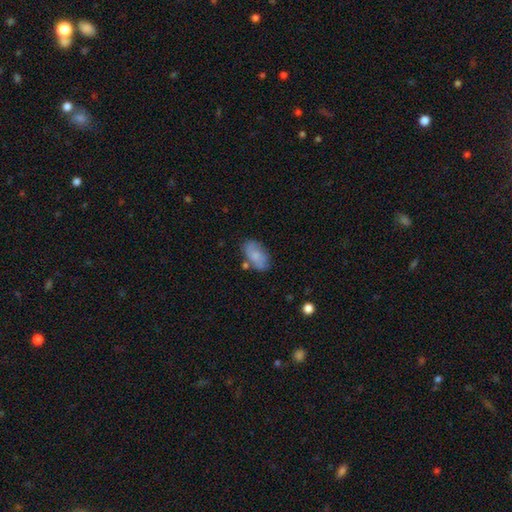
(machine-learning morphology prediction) Smooth or featured?
  - smooth: 75% *
  - featured or disk: 18%
  - star or artifact: 7%
How rounded?
  - in between: 93% *
  - round: 4%
  - cigar-shaped: 3%
Merging?
  - none: 69% *
  - minor disturbance: 19%
  - merger: 8%
  - major disturbance: 5%